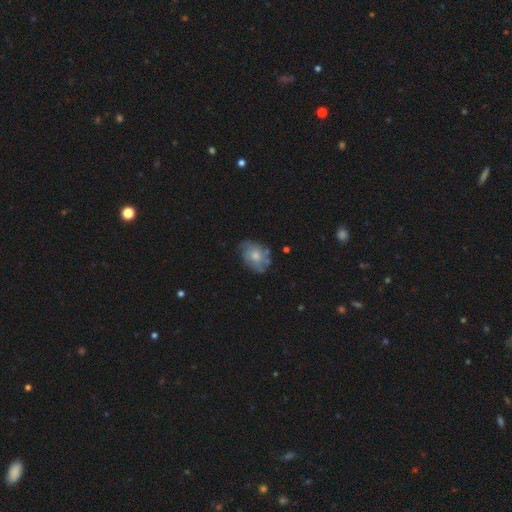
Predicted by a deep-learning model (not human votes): A smooth galaxy with no disk features (54%) that is in between round and cigar-shaped (71%). Merging: none (59%).